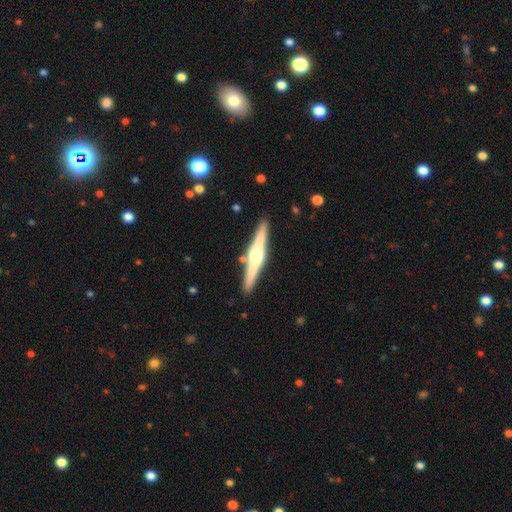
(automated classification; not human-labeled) featured or disk 73%, smooth 22%, star or artifact 5%. Down the decision tree: edge-on disk — yes (98%); edge-on bulge — rounded (86%); merging — none (88%).